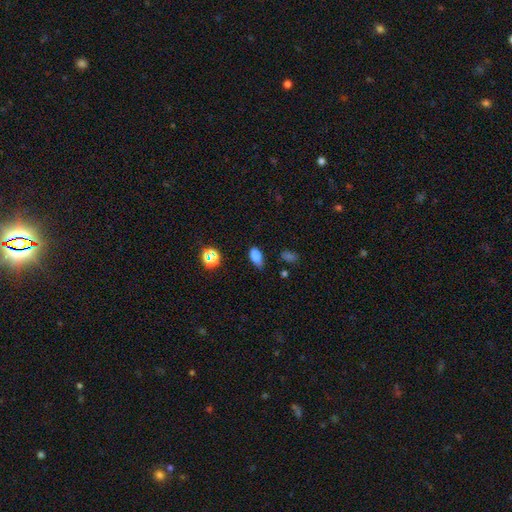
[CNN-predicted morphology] smooth_or_featured: smooth (p=0.80) [alt: star or artifact p=0.12]
how_rounded: in between (p=0.87) [alt: round p=0.07]
merging: none (p=0.71) [alt: minor disturbance p=0.23]